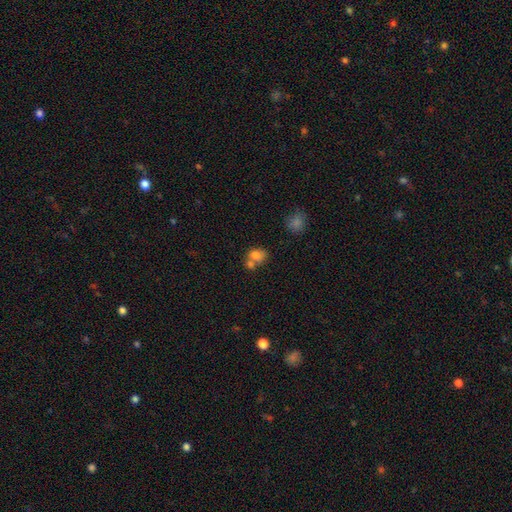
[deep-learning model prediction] Q: Smooth or featured?
A: smooth (75%); runner-up: featured or disk (13%)
Q: How rounded?
A: round (54%); runner-up: in between (45%)
Q: Merging?
A: merger (49%); runner-up: none (37%)